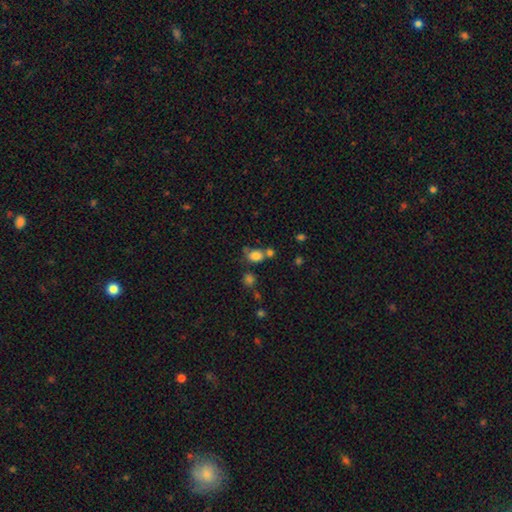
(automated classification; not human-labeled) Overall: smooth (79%). How rounded: round (51%; in between 47%). Merging: none (51%; merger 27%).